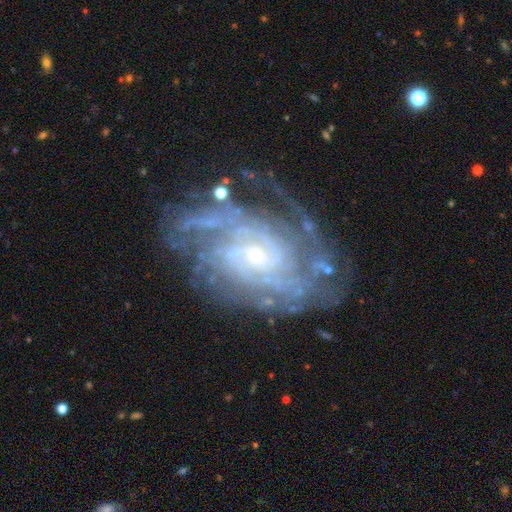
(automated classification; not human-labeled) This is clearly a featured or disk galaxy (89%). It is clearly not viewed edge-on (97%). Bar: likely no (61%). Spiral arm pattern: clearly yes (97%). Spiral arm count: marginally can't tell (29%). Spiral winding: likely tight (69%). Central bulge: likely small (70%). Merging: likely none (69%).